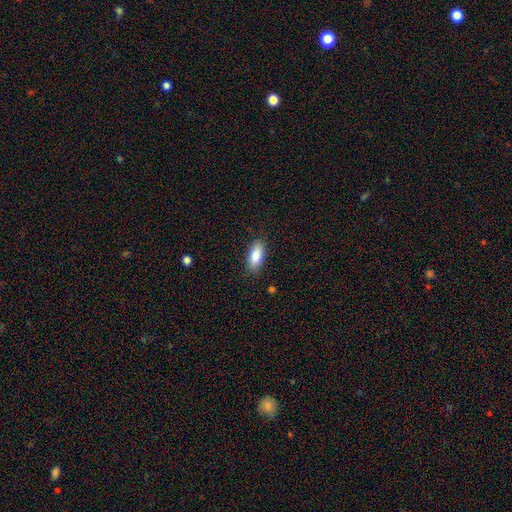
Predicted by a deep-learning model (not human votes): This appears to be a smooth galaxy with no disk features (85%) that is in between round and cigar-shaped (82%). Merging: none (86%).